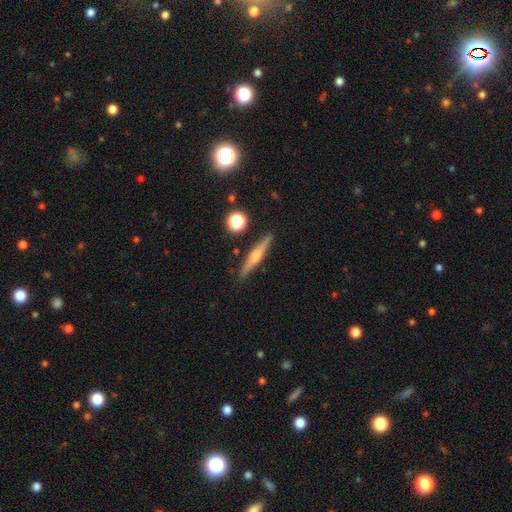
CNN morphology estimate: A featured or disk galaxy (66%) viewed edge-on (97%) with a rounded central bulge (86%). Merging: none (89%).